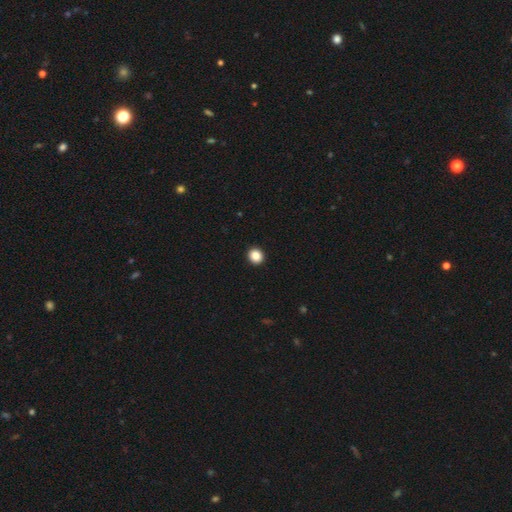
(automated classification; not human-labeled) Q: Smooth or featured?
A: smooth (87%); runner-up: star or artifact (10%)
Q: How rounded?
A: round (84%); runner-up: in between (15%)
Q: Merging?
A: none (94%); runner-up: minor disturbance (4%)